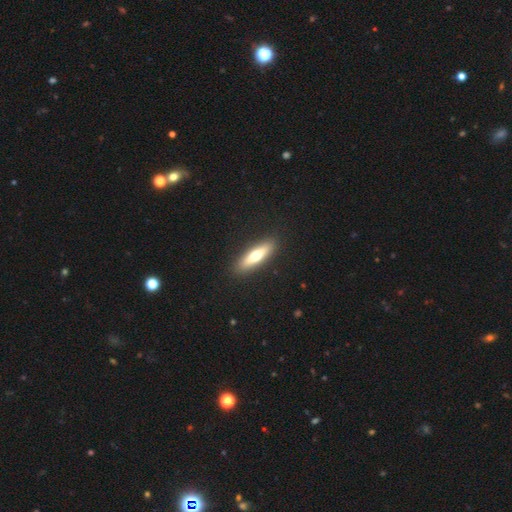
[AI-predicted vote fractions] Q: Smooth or featured?
A: smooth (57%); runner-up: featured or disk (37%)
Q: How rounded?
A: cigar-shaped (68%); runner-up: in between (30%)
Q: Merging?
A: none (90%); runner-up: minor disturbance (7%)